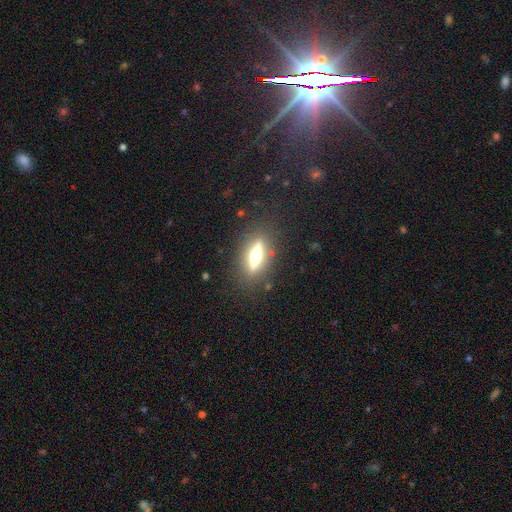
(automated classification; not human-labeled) This is likely a featured or disk galaxy (63%). It is clearly viewed edge-on (88%). Edge-on bulge: clearly rounded (89%). Merging: clearly none (85%).